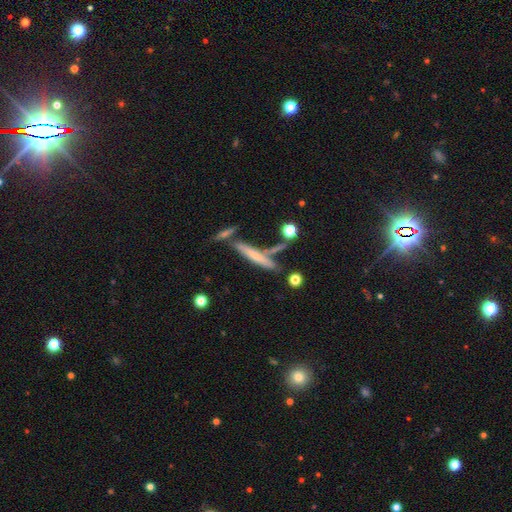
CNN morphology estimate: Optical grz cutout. It shows a smooth galaxy with no disk features (46%, tied with featured or disk). Merging: none (56%).